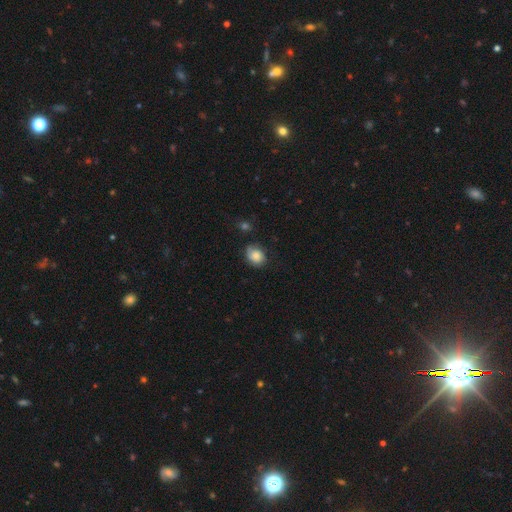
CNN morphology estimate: A smooth galaxy with no disk features (68%) that is in between round and cigar-shaped (51%). Merging: none (67%).